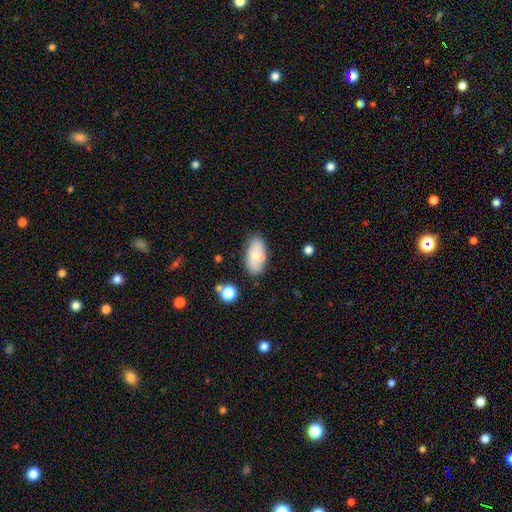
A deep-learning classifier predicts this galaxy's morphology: smooth 68%, featured or disk 25%, star or artifact 8%. Down the decision tree: how rounded — in between (92%); merging — none (63%).